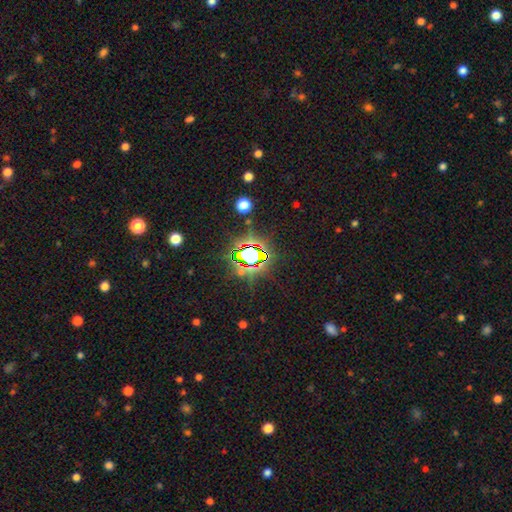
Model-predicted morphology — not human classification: star or artifact 80%, smooth 11%, featured or disk 10%.